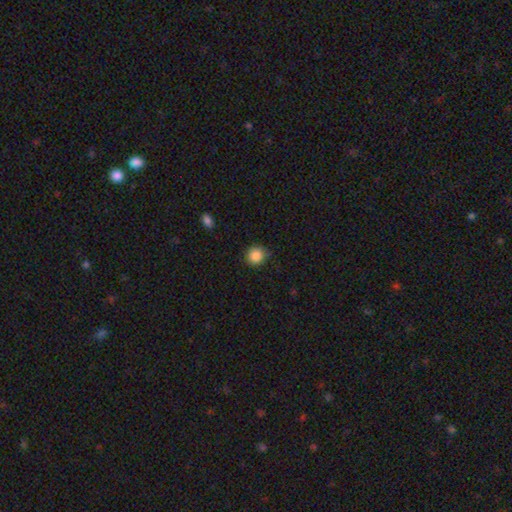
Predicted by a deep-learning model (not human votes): smooth-or-featured: smooth: 86% | star or artifact: 10% | featured or disk: 4%
  how-rounded: round: 91% | in between: 8% | cigar-shaped: 1%
  merging: none: 84% | minor disturbance: 12% | major disturbance: 2% | merger: 1%